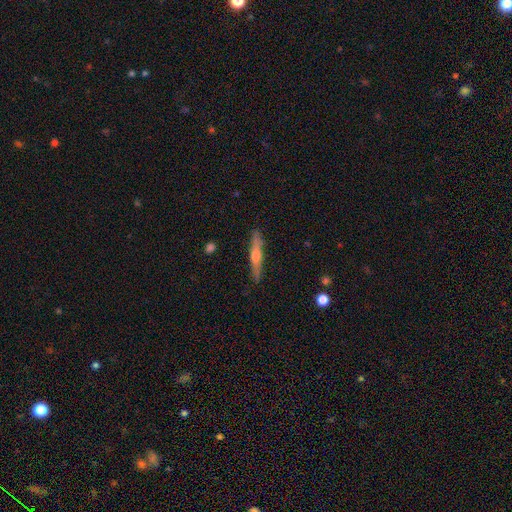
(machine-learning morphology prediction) featured or disk 61%, smooth 33%, star or artifact 6%. Down the decision tree: edge-on disk — yes (96%); edge-on bulge — rounded (87%); merging — none (88%).